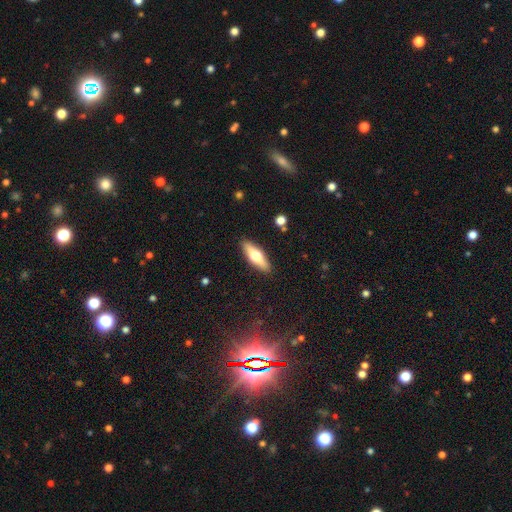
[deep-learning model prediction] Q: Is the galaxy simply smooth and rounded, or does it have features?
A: smooth — 53%.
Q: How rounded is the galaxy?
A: cigar-shaped — 51%.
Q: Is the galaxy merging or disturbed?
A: none — 89%.